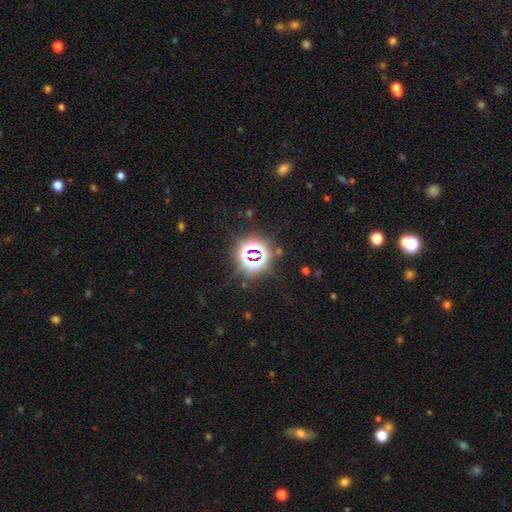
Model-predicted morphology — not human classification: This is likely a star or artifact rather than a galaxy (78%).